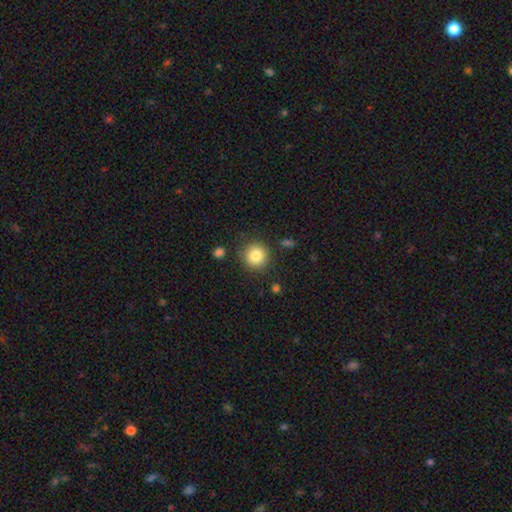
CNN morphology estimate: The model was most divided on "smooth or featured": smooth: 84%, star or artifact: 9%, featured or disk: 6%. More confident: how rounded — round (93%); merging — none (85%).